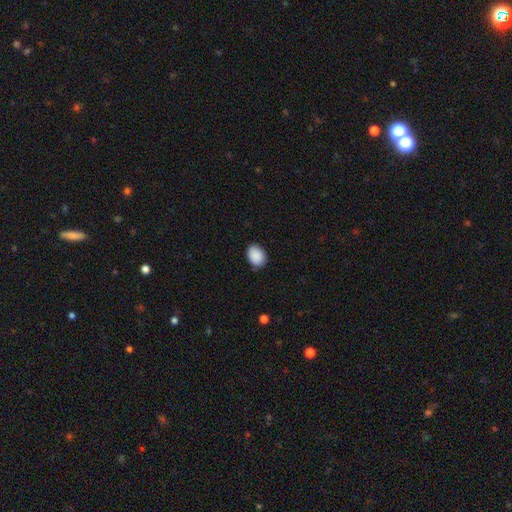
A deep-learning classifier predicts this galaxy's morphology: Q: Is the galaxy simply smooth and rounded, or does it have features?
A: smooth — 90%.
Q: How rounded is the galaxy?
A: in between — 71%.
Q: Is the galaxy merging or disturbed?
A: none — 84%.